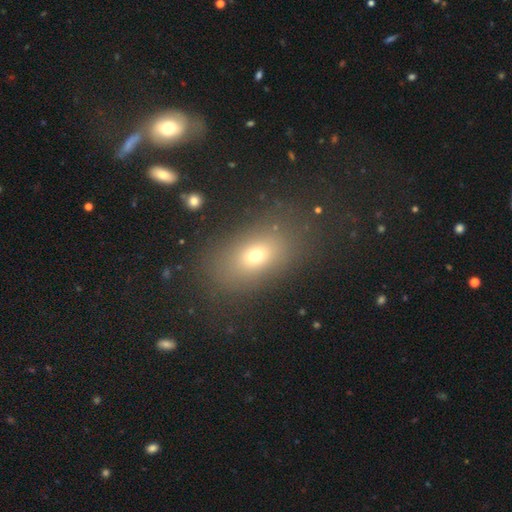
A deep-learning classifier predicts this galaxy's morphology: type=smooth (67%); roundness=in between (77%); merging=none (79%).